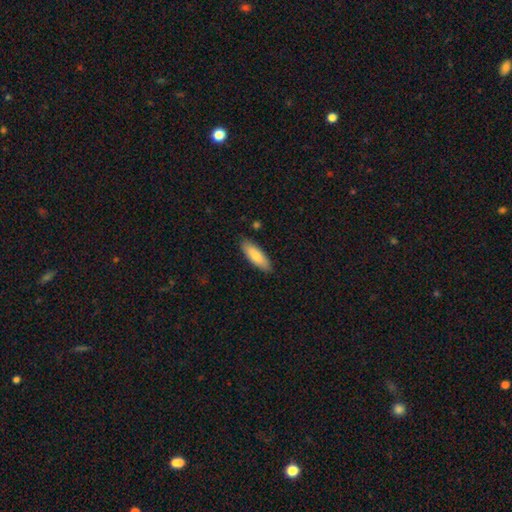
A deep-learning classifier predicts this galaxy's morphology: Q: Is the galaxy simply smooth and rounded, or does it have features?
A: smooth — 78%.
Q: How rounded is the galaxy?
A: in between — 61%.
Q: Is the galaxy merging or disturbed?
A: none — 86%.